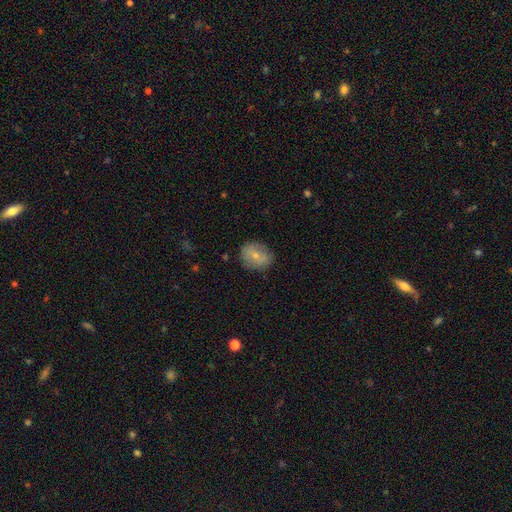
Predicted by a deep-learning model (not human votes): Smooth or featured?
  - smooth: 67% *
  - featured or disk: 25%
  - star or artifact: 8%
How rounded?
  - round: 55% *
  - in between: 44%
  - cigar-shaped: 1%
Merging?
  - none: 79% *
  - minor disturbance: 16%
  - major disturbance: 4%
  - merger: 1%